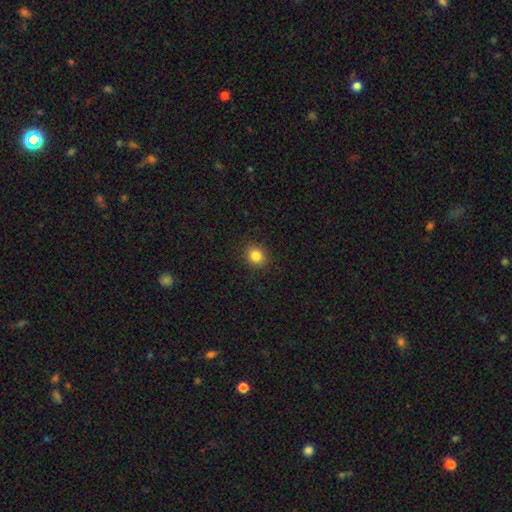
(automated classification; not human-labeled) This is clearly a smooth galaxy (84%). How rounded: likely round (77%). Merging: clearly none (90%).